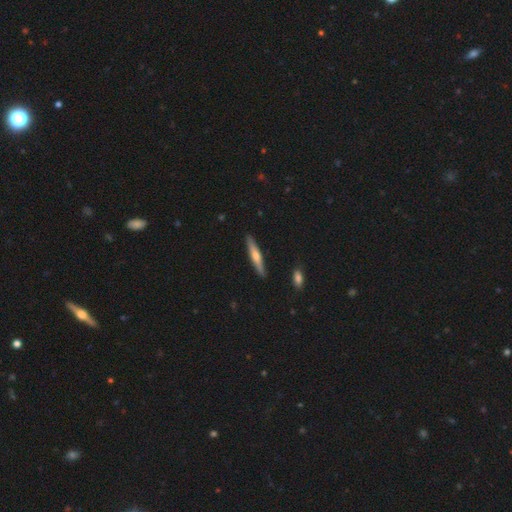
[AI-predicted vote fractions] Morphology: type=smooth (50%); roundness=cigar-shaped (91%); merging=none (89%).